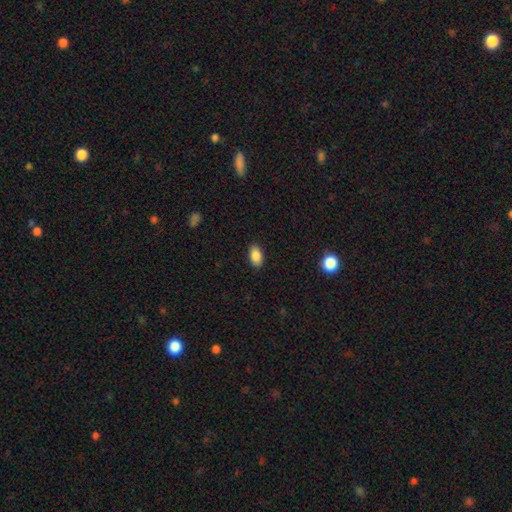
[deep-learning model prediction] The model was most divided on "smooth or featured": smooth: 87%, star or artifact: 8%, featured or disk: 5%. More confident: how rounded — in between (92%); merging — none (88%).